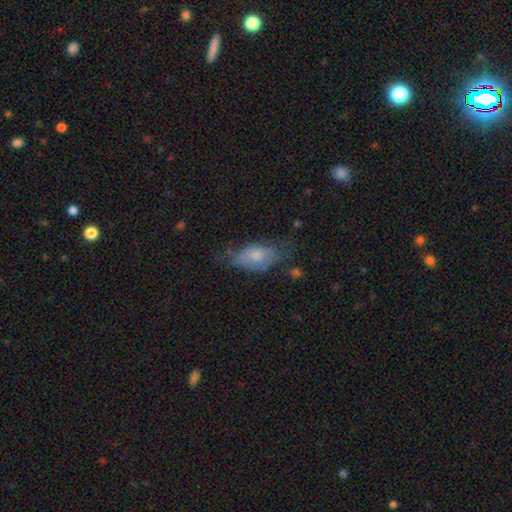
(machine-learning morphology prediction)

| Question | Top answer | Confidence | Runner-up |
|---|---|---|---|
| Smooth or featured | smooth | 67% | featured or disk (25%) |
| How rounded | in between | 89% | cigar-shaped (6%) |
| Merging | none | 42% | minor disturbance (34%) |